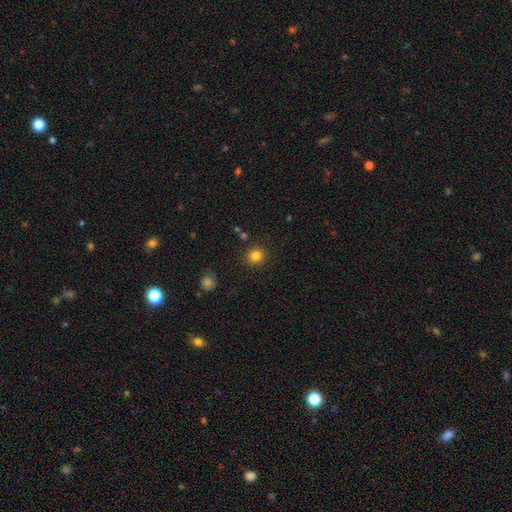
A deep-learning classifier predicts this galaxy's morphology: type=smooth (83%); roundness=round (92%); merging=none (90%).